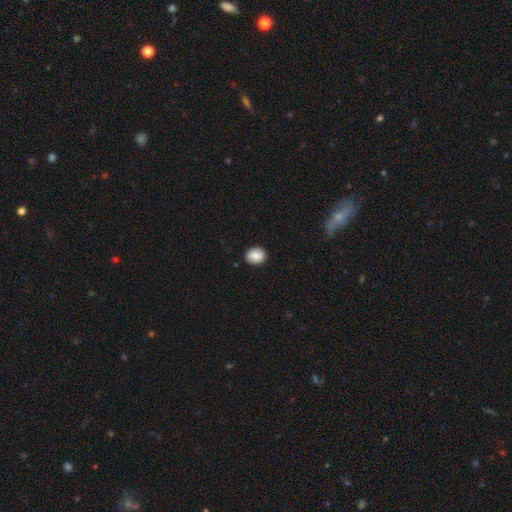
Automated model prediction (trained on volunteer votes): Smooth or featured? smooth (84%)
How rounded? round (61%)
Merging? none (87%)